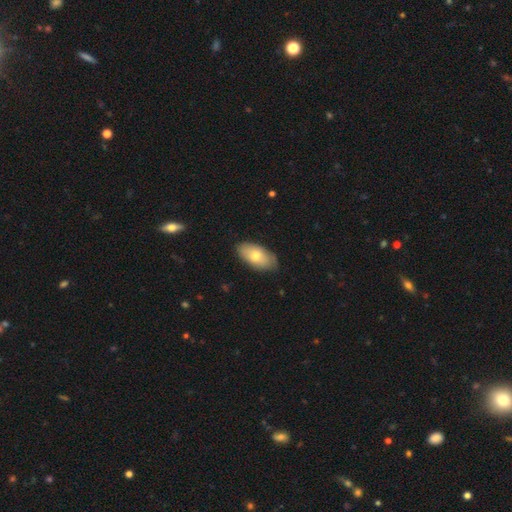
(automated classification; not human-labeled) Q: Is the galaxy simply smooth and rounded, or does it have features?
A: smooth — 72%.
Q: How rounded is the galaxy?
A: in between — 93%.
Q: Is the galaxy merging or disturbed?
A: none — 79%.